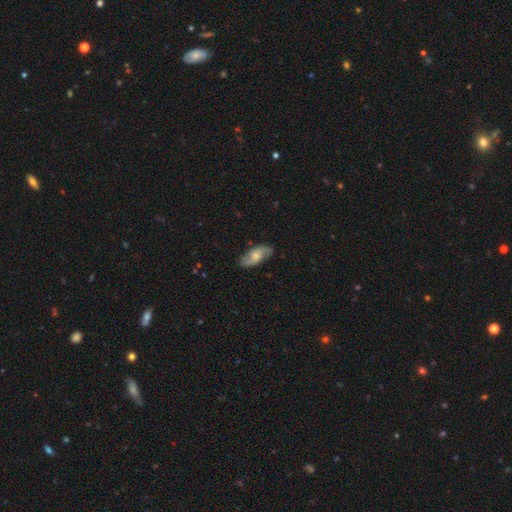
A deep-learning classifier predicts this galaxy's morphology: A featured or disk galaxy (51%).

Vote fractions:
- Smooth or featured? featured or disk: 51% / smooth: 43% / star or artifact: 6%
- Edge-on disk? no: 90% / yes: 10%
- Merging? none: 78% / minor disturbance: 17% / major disturbance: 4% / merger: 1%